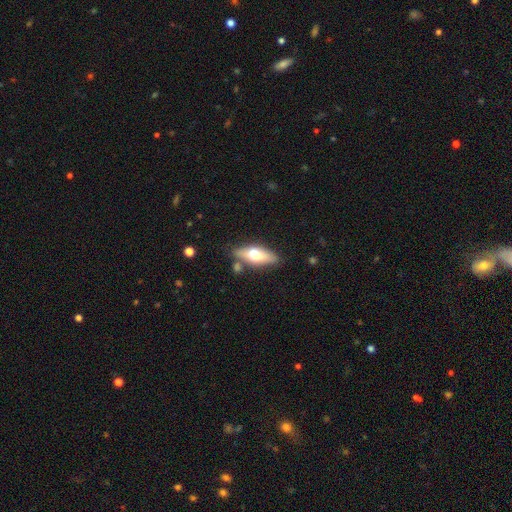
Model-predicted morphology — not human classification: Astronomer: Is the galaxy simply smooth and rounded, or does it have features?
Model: smooth — 53% (runner-up: featured or disk, 40%).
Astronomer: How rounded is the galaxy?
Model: in between — 62%.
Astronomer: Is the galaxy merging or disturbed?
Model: none — 72%.